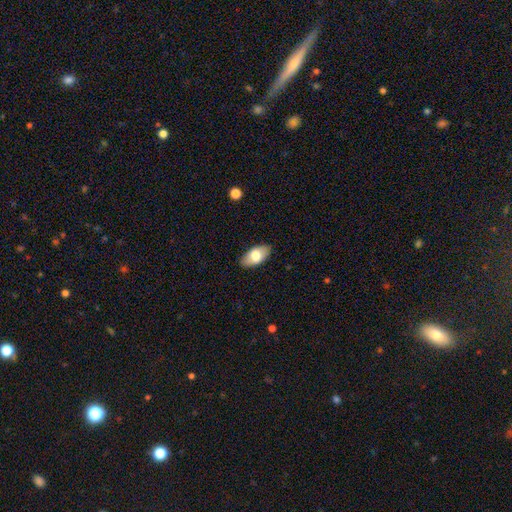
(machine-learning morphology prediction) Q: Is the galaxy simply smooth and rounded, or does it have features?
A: smooth — 72%.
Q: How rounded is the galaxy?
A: in between — 93%.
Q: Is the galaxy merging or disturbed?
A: none — 86%.